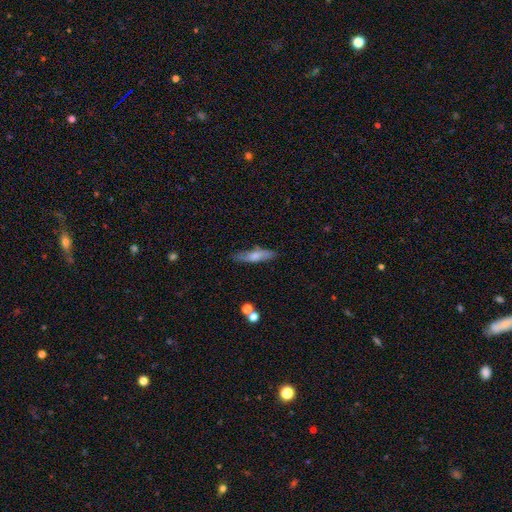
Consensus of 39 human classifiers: This is likely a smooth galaxy (62%). How rounded: clearly cigar-shaped (83%). Merging: clearly none (86%).